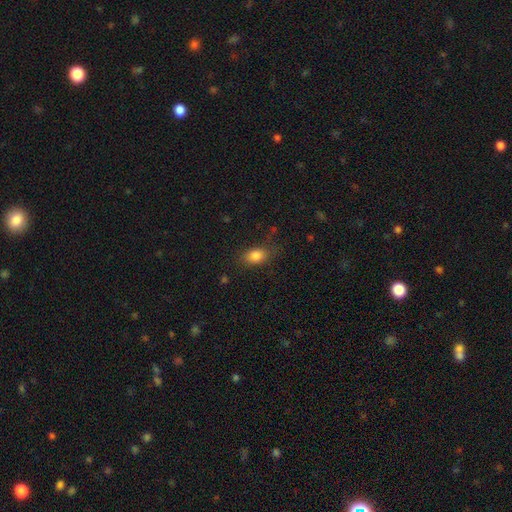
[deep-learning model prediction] Morphology: type=smooth (83%); roundness=in between (80%); merging=none (73%).